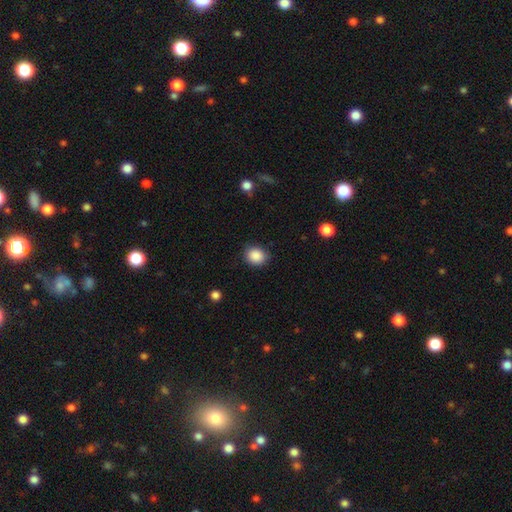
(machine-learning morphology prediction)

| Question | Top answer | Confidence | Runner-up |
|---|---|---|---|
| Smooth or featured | smooth | 88% | star or artifact (9%) |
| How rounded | round | 68% | in between (31%) |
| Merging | none | 85% | minor disturbance (11%) |